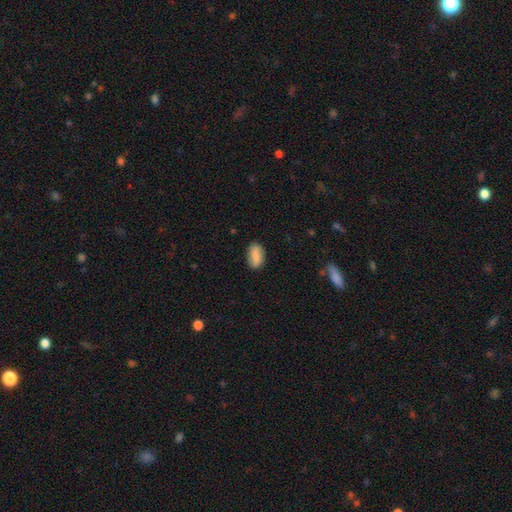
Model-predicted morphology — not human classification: Smooth or featured: smooth — 84% (featured or disk — 9%)
How rounded: in between — 90% (round — 6%)
Merging: none — 83% (minor disturbance — 13%)